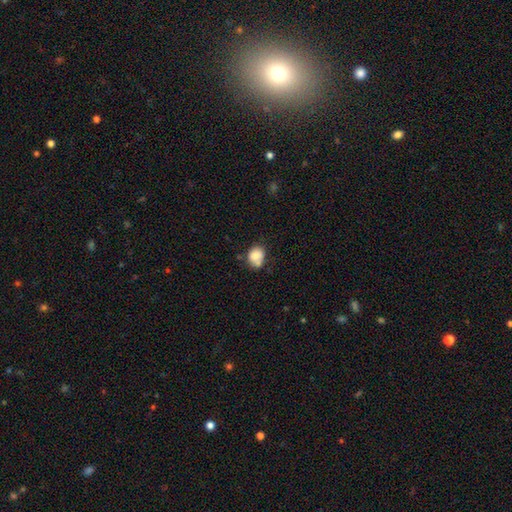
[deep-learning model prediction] smooth_or_featured: smooth (p=0.76) [alt: featured or disk p=0.15]
how_rounded: round (p=0.56) [alt: in between p=0.43]
merging: none (p=0.49) [alt: merger p=0.25]